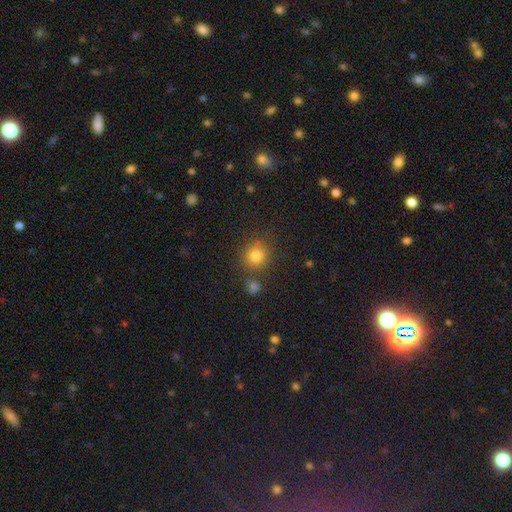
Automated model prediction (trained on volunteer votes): This appears to be a smooth galaxy with no disk features (80%) that is round (89%). Merging: none (77%).